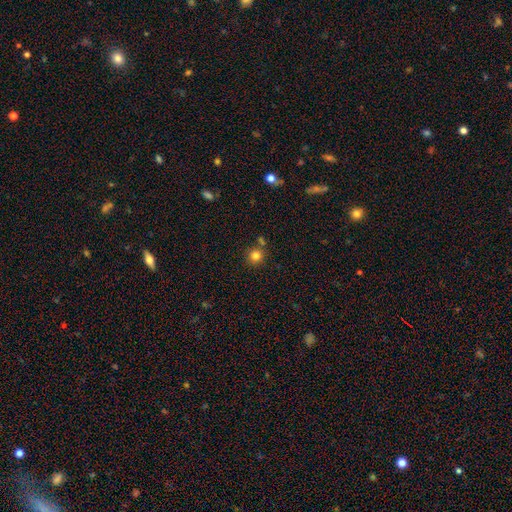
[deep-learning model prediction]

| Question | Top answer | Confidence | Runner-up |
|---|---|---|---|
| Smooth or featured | smooth | 82% | star or artifact (13%) |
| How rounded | round | 92% | in between (7%) |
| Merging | none | 77% | merger (11%) |